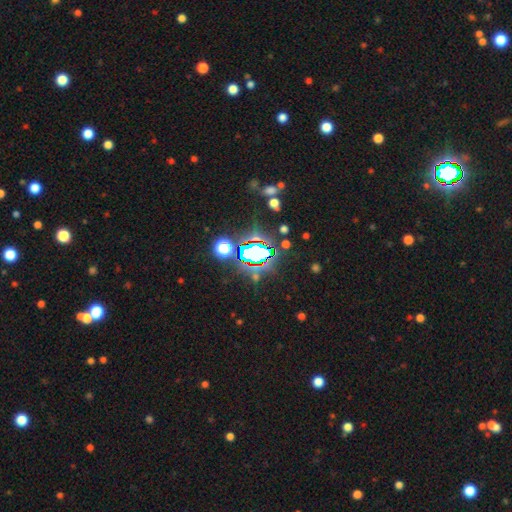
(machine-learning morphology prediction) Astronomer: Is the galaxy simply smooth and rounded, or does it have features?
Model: star or artifact — 67%.